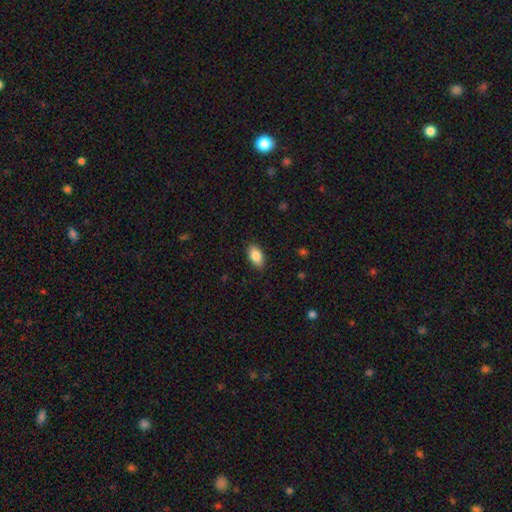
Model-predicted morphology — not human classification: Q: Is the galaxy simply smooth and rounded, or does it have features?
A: smooth — 87%.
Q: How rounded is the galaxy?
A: in between — 93%.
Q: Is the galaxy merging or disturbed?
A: none — 87%.